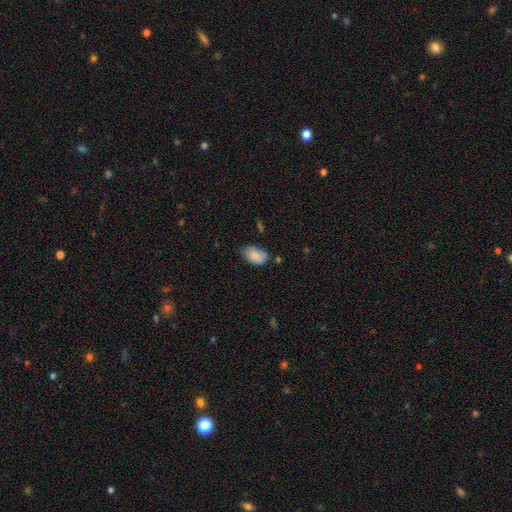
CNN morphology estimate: A smooth galaxy with no disk features (83%) that is in between round and cigar-shaped (90%).

Vote fractions:
- Smooth or featured? smooth: 83% / featured or disk: 10% / star or artifact: 7%
- How rounded? in between: 90% / round: 9% / cigar-shaped: 1%
- Merging? none: 54% / minor disturbance: 35% / major disturbance: 7% / merger: 4%